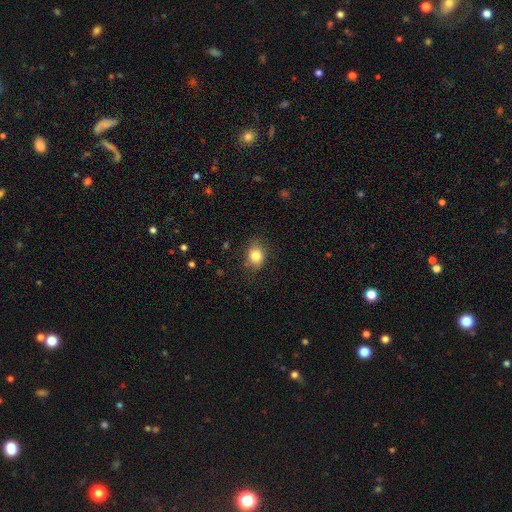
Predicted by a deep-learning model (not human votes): Q: Smooth or featured?
A: smooth (82%); runner-up: star or artifact (10%)
Q: How rounded?
A: round (51%); runner-up: in between (48%)
Q: Merging?
A: none (80%); runner-up: minor disturbance (15%)